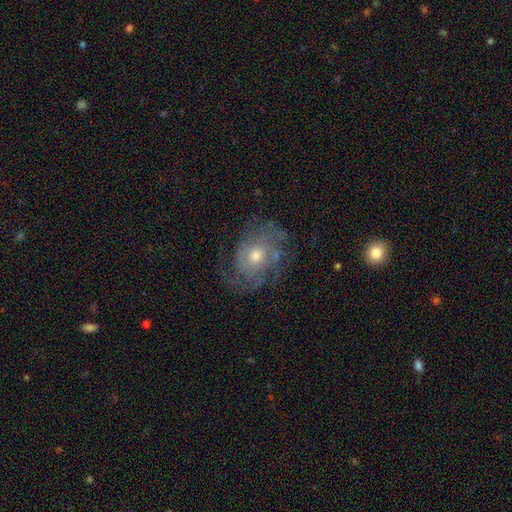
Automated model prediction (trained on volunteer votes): Smooth or featured? Predicted: featured or disk (p=0.77). Edge-on disk? Predicted: no (p=0.96). Bar? Predicted: no (p=0.80). Spiral arms? Predicted: yes (p=0.86). Spiral winding? Predicted: tight (p=0.55). Spiral arm count? Predicted: can't tell (p=0.45). Bulge size? Predicted: moderate (p=0.64). Merging? Predicted: none (p=0.68).